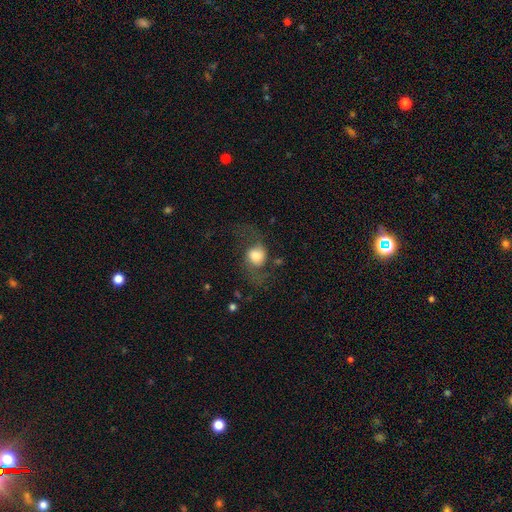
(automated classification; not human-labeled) smooth-or-featured: featured or disk: 47% | smooth: 44% | star or artifact: 9%
  merging: none: 56% | major disturbance: 23% | minor disturbance: 18% | merger: 3%